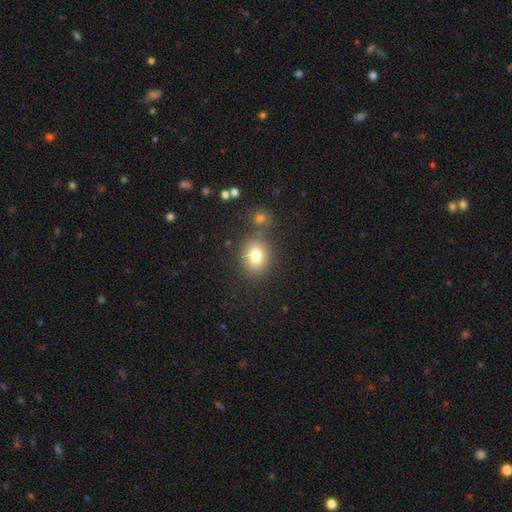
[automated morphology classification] This appears to be a smooth galaxy with no disk features (79%) that is round (60%). Merging: none (75%).